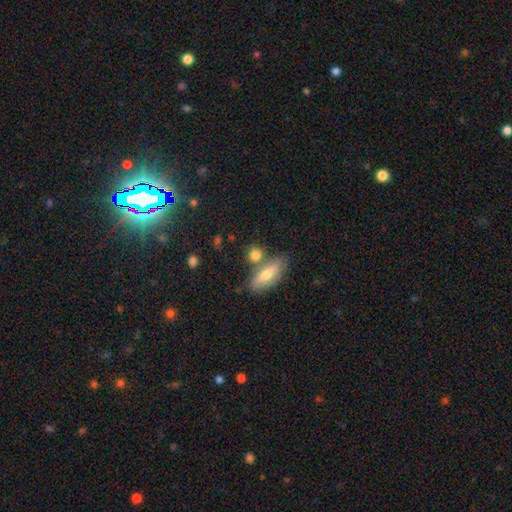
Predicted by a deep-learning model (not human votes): This appears to be a smooth galaxy with no disk features (75%) that is round (46%). Merging: none (59%).